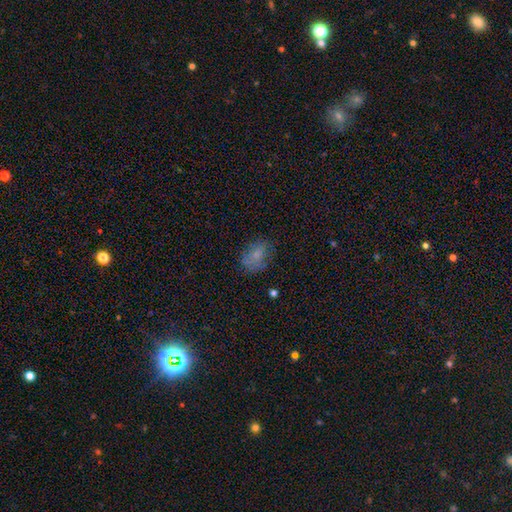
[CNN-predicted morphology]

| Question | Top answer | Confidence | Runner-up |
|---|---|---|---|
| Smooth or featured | smooth | 68% | featured or disk (19%) |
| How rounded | in between | 75% | round (23%) |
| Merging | none | 63% | minor disturbance (23%) |